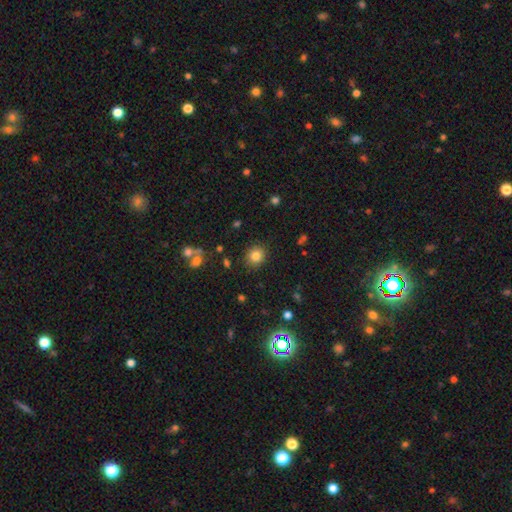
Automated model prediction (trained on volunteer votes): This appears to be a smooth galaxy with no disk features (82%) that is round (78%). Merging: none (88%).